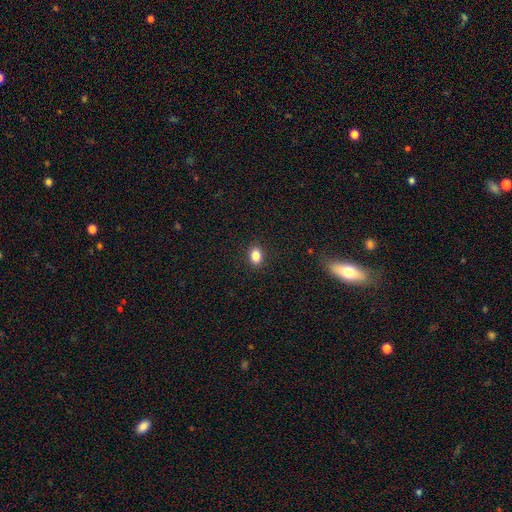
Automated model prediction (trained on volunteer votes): This is clearly a smooth galaxy (85%). How rounded: likely in between (72%). Merging: clearly none (89%).